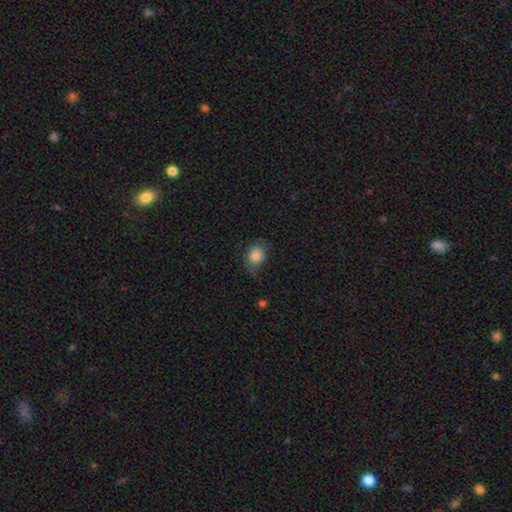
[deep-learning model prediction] smooth-or-featured: smooth: 83% | star or artifact: 9% | featured or disk: 8%
  how-rounded: round: 53% | in between: 46% | cigar-shaped: 1%
  merging: none: 62% | minor disturbance: 28% | major disturbance: 9% | merger: 2%